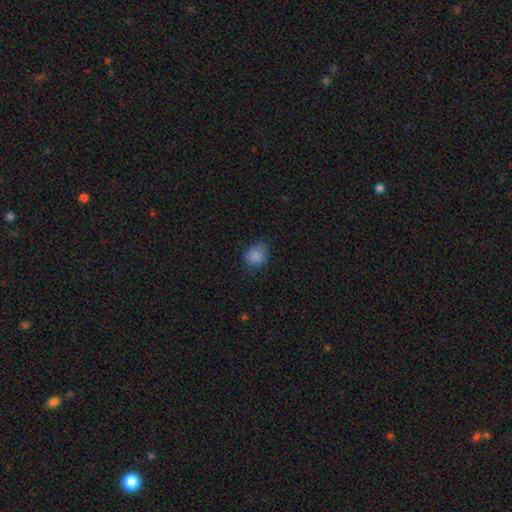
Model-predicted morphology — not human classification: Smooth or featured?
  - smooth: 86% *
  - star or artifact: 10%
  - featured or disk: 4%
How rounded?
  - round: 68% *
  - in between: 31%
  - cigar-shaped: 1%
Merging?
  - none: 72% *
  - minor disturbance: 22%
  - major disturbance: 5%
  - merger: 1%